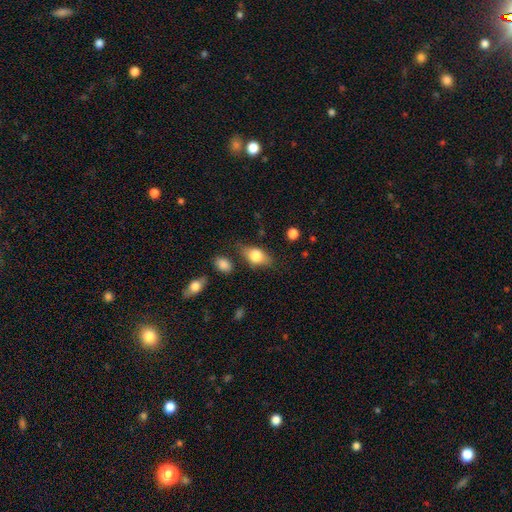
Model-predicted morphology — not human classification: This is likely a smooth galaxy (73%). How rounded: clearly in between (82%). Merging: likely none (66%).